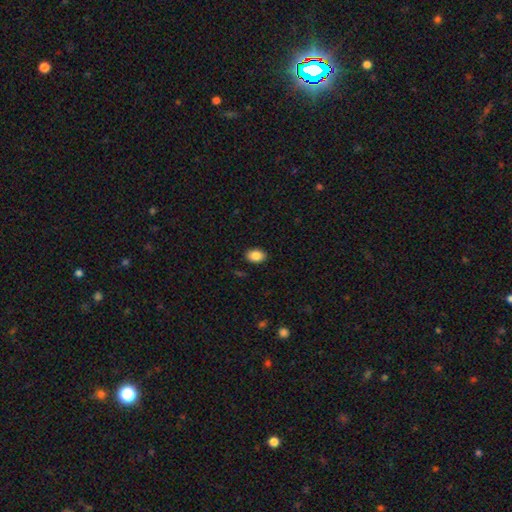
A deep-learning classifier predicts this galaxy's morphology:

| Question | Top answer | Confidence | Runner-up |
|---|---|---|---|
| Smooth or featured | smooth | 87% | star or artifact (8%) |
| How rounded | in between | 84% | round (15%) |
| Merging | none | 89% | minor disturbance (8%) |